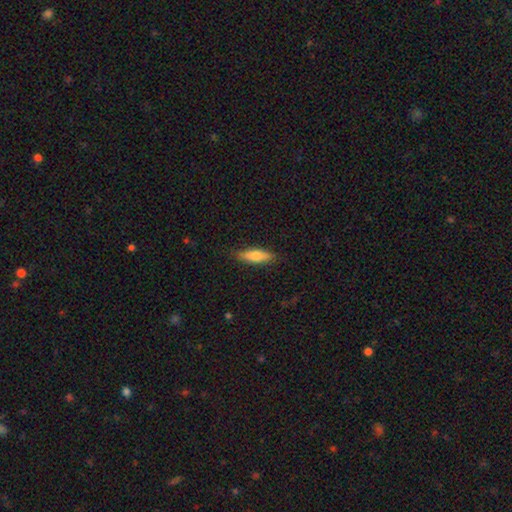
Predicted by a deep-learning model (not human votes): smooth_or_featured: smooth (p=0.75) [alt: featured or disk p=0.19]
how_rounded: cigar-shaped (p=0.54) [alt: in between p=0.44]
merging: none (p=0.86) [alt: minor disturbance p=0.11]